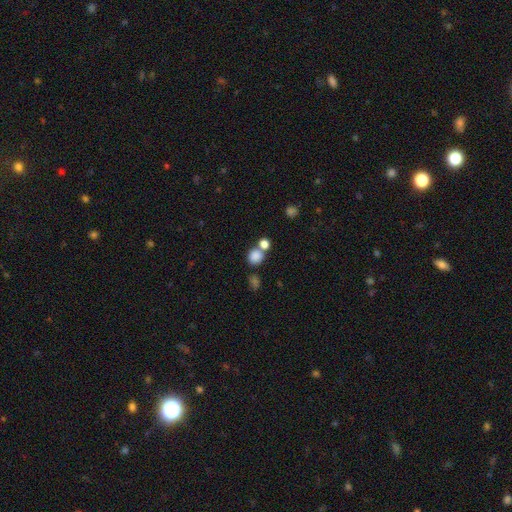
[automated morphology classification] smooth_or_featured: smooth (p=0.82) [alt: star or artifact p=0.12]
how_rounded: round (p=0.79) [alt: in between p=0.20]
merging: none (p=0.53) [alt: merger p=0.34]